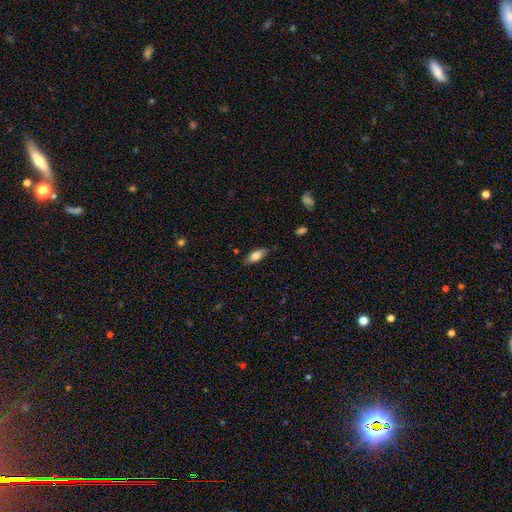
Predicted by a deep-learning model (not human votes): A smooth galaxy with no disk features (76%) that is in between round and cigar-shaped (78%). Merging: none (80%).